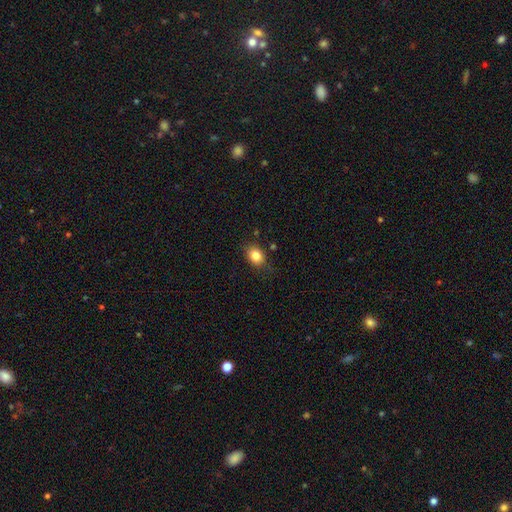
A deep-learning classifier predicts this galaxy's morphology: smooth-or-featured: smooth: 83% | star or artifact: 10% | featured or disk: 7%
  how-rounded: in between: 58% | round: 40% | cigar-shaped: 1%
  merging: none: 79% | minor disturbance: 15% | major disturbance: 4% | merger: 2%